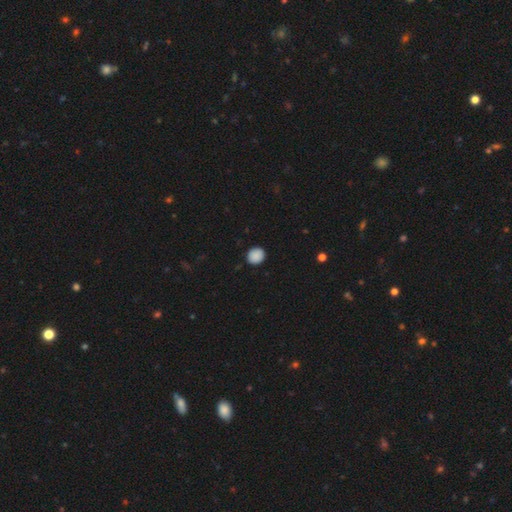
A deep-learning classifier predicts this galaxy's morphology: A smooth galaxy with no disk features (89%) that is round (83%).

Vote fractions:
- Smooth or featured? smooth: 89% / star or artifact: 9% / featured or disk: 2%
- How rounded? round: 83% / in between: 16% / cigar-shaped: 1%
- Merging? none: 90% / minor disturbance: 7% / major disturbance: 2% / merger: 1%